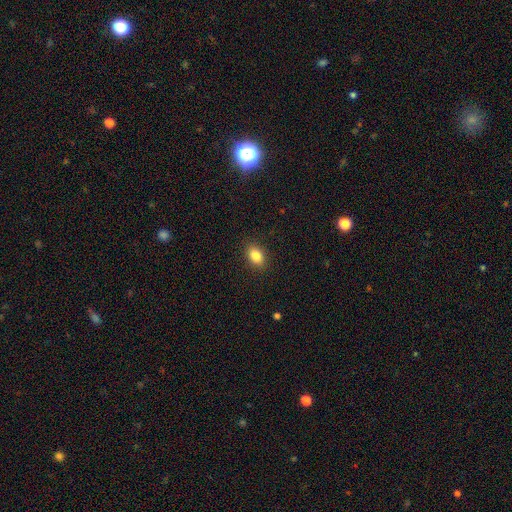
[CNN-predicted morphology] Q: Smooth or featured?
A: smooth (85%); runner-up: star or artifact (9%)
Q: How rounded?
A: in between (81%); runner-up: round (17%)
Q: Merging?
A: none (89%); runner-up: minor disturbance (8%)